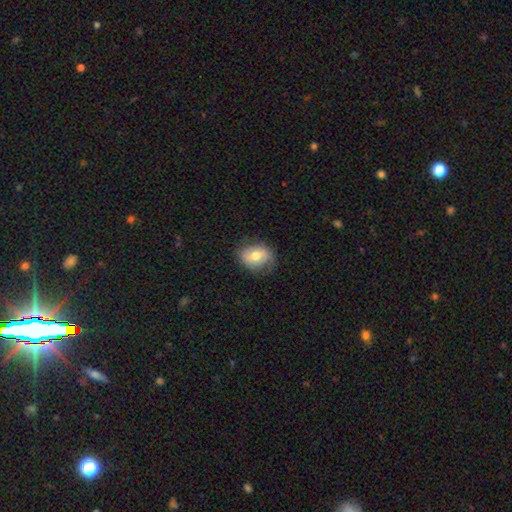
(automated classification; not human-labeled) This appears to be a smooth galaxy with no disk features (65%) that is in between round and cigar-shaped (61%). Merging: none (77%).